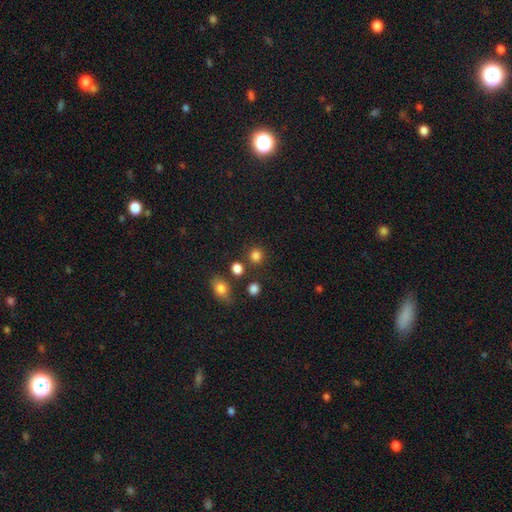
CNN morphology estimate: A smooth galaxy with no disk features (82%) that is round (86%). Merging: none (81%).